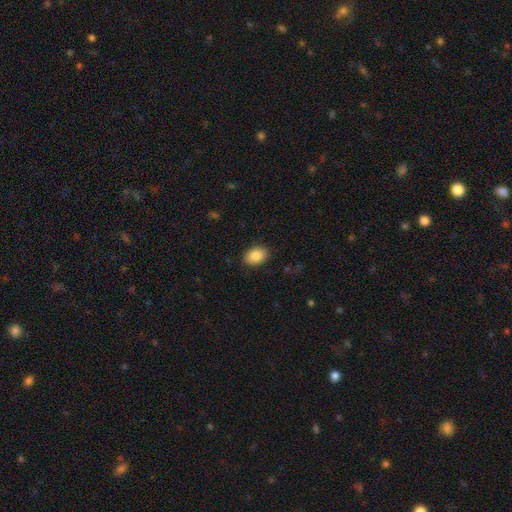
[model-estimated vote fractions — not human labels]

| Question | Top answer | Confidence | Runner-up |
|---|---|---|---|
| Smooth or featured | smooth | 86% | star or artifact (8%) |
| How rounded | in between | 76% | round (23%) |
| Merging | none | 89% | minor disturbance (8%) |